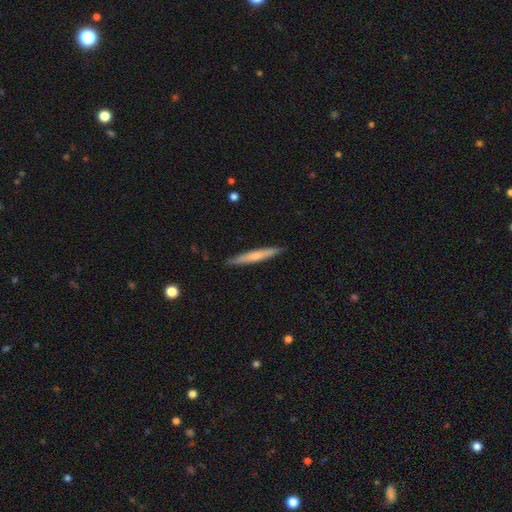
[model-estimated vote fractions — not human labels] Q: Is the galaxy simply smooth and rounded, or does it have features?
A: smooth — 58%.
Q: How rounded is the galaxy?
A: cigar-shaped — 95%.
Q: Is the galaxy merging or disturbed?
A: none — 90%.